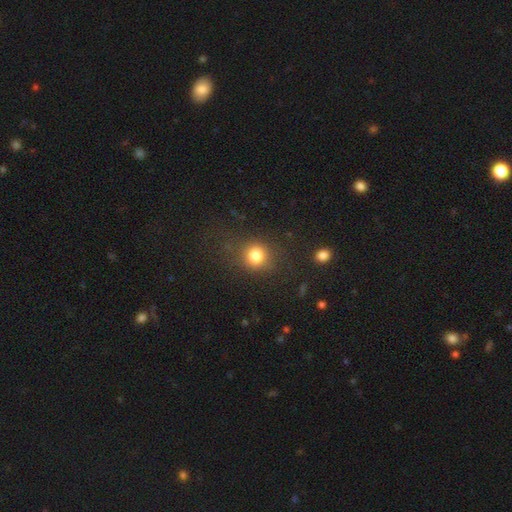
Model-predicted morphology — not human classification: The model was most divided on "how rounded": round: 83%, in between: 16%, cigar-shaped: 1%. More confident: smooth or featured — smooth (82%); merging — none (79%).